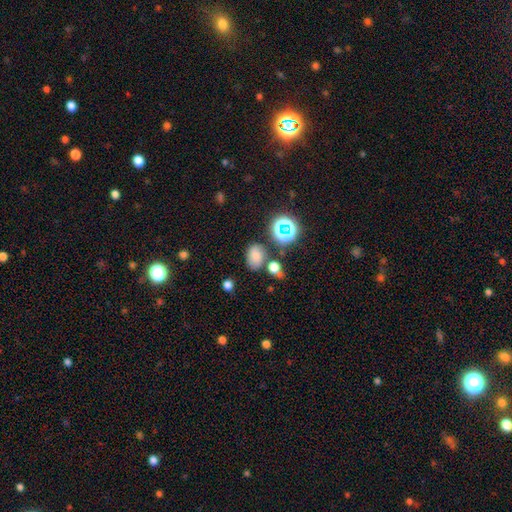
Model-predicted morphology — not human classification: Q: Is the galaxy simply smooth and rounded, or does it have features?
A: smooth — 69%.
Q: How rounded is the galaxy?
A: in between — 73%.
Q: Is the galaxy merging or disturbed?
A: none — 64%.